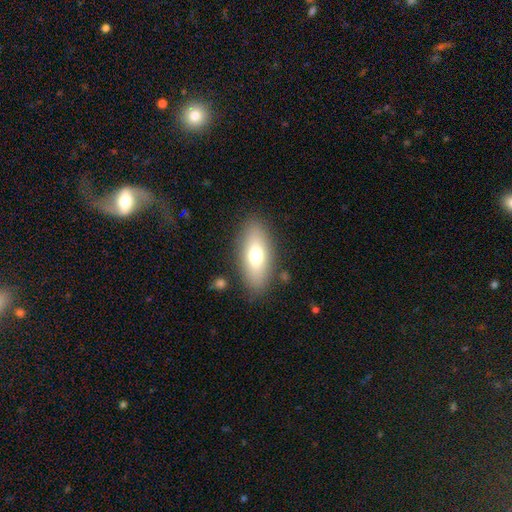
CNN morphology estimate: Overall: smooth (69%). How rounded: in between (81%). Merging: none (85%).